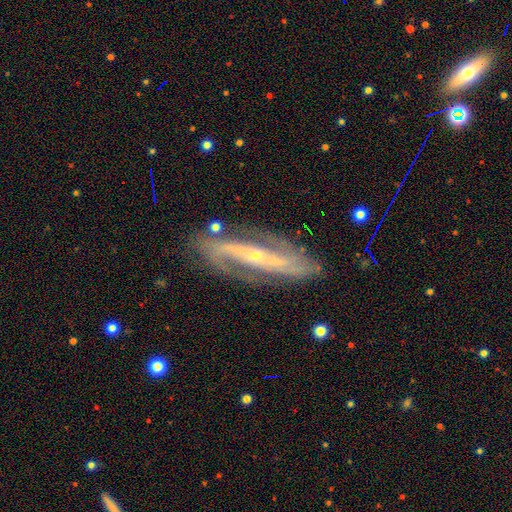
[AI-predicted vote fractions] Overall: featured or disk (88%). Edge-on disk: no (80%). Bar: strong (51%; no 26%). Spiral arms: yes (94%). Spiral arm count: 2 (86%). Spiral winding: medium (41%; tight 30%). Bulge size: small (72%). Merging: none (79%).